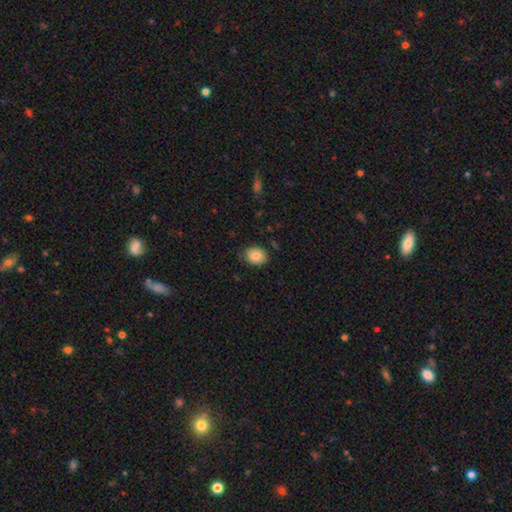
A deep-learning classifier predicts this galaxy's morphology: This is clearly a smooth galaxy (81%). How rounded: possibly in between (52%). Merging: likely none (78%).